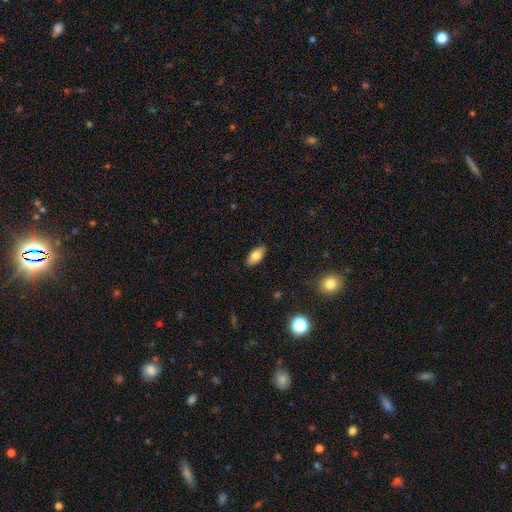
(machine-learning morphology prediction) This appears to be a smooth galaxy with no disk features (81%) that is in between round and cigar-shaped (90%). Merging: none (88%).